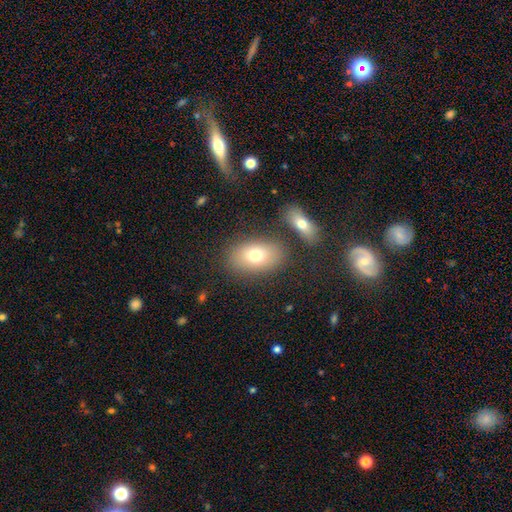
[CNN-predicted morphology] smooth-or-featured: smooth: 74% | featured or disk: 16% | star or artifact: 10%
  how-rounded: in between: 83% | round: 16% | cigar-shaped: 2%
  merging: none: 75% | minor disturbance: 11% | merger: 10% | major disturbance: 4%